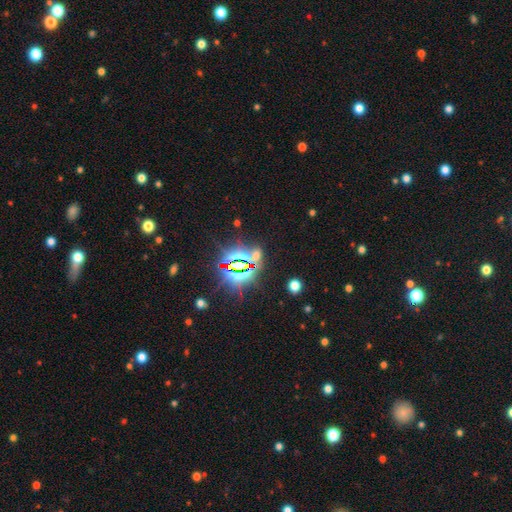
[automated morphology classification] Smooth or featured? Predicted: star or artifact (p=0.72).